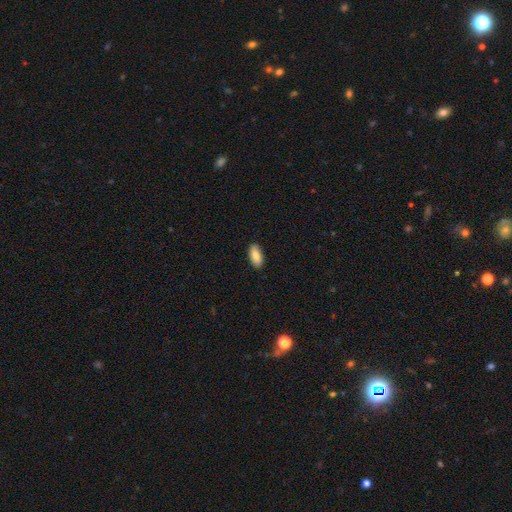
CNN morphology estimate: Smooth or featured?
  - smooth: 85% *
  - featured or disk: 9%
  - star or artifact: 6%
How rounded?
  - in between: 90% *
  - cigar-shaped: 8%
  - round: 2%
Merging?
  - none: 90% *
  - minor disturbance: 8%
  - major disturbance: 2%
  - merger: 1%